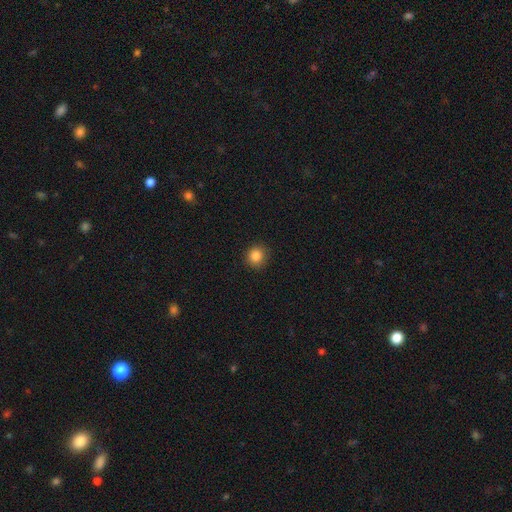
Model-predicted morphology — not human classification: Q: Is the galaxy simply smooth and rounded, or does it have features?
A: smooth — 85%.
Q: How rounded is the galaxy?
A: round — 88%.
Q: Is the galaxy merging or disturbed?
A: none — 88%.